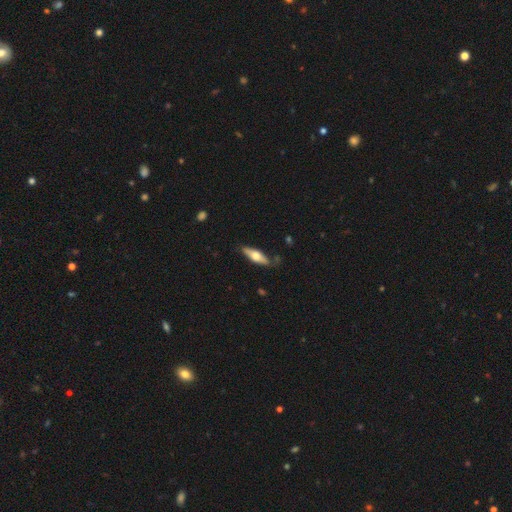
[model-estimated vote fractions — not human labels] Overall: smooth (50%; featured or disk 45%). Merging: none (77%).